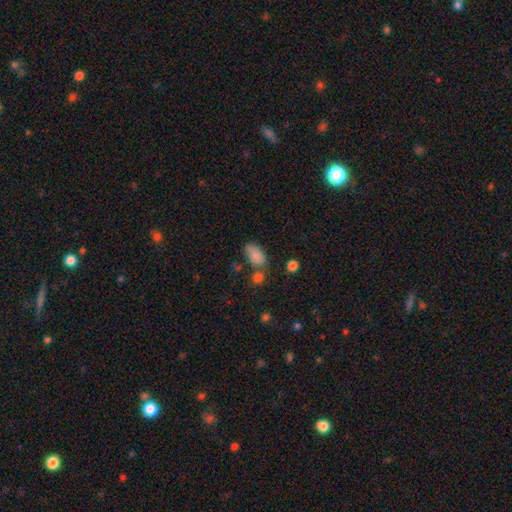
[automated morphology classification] Q: Smooth or featured?
A: smooth (85%); runner-up: star or artifact (9%)
Q: How rounded?
A: in between (92%); runner-up: round (5%)
Q: Merging?
A: none (59%); runner-up: minor disturbance (21%)